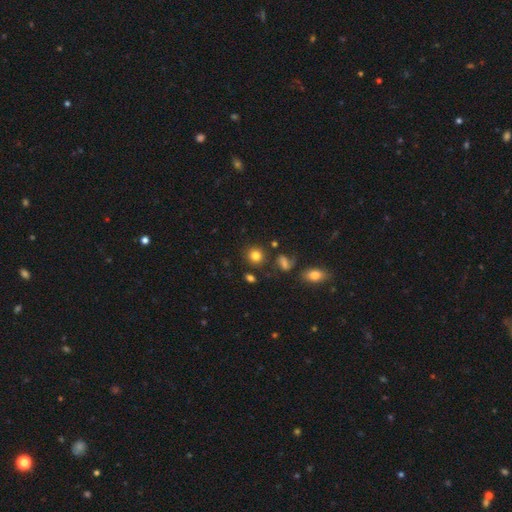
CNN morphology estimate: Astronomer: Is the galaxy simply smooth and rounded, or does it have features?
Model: smooth — 81%.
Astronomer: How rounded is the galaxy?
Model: round — 86%.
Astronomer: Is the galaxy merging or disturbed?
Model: none — 82%.